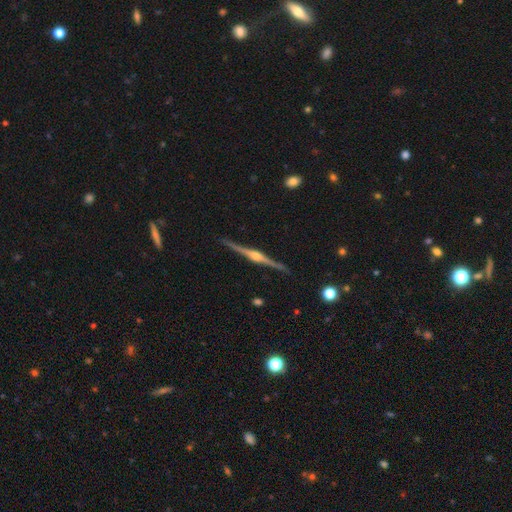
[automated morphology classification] Smooth or featured? featured or disk (89%)
Edge-on disk? yes (99%)
Edge-on bulge? rounded (92%)
Merging? none (91%)